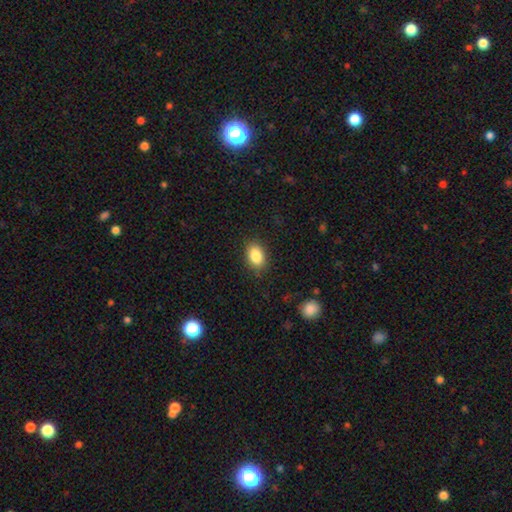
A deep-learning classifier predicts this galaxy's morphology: Smooth or featured? Predicted: smooth (p=0.86). How rounded? Predicted: in between (p=0.83). Merging? Predicted: none (p=0.85).